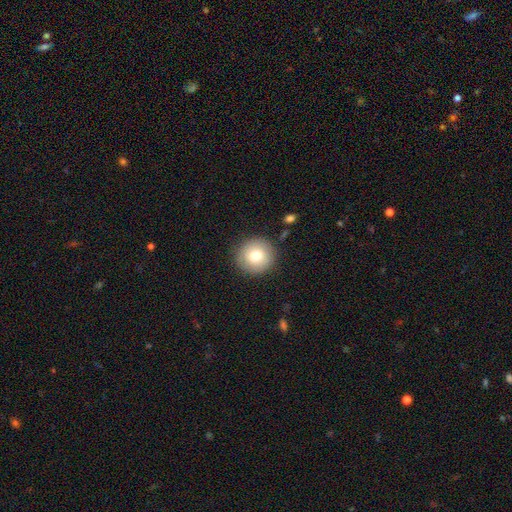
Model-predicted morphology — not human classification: The model was most divided on "smooth or featured": smooth: 77%, featured or disk: 14%, star or artifact: 9%. More confident: how rounded — round (94%); merging — none (88%).